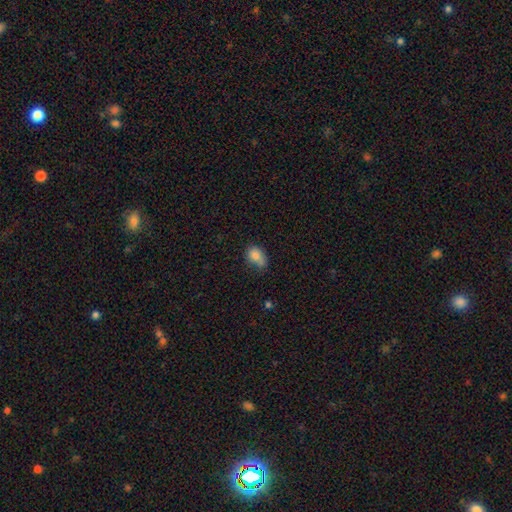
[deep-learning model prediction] The model was most divided on "merging": none: 44%, minor disturbance: 36%, major disturbance: 11%, merger: 9%. More confident: smooth or featured — smooth (83%); how rounded — in between (73%).